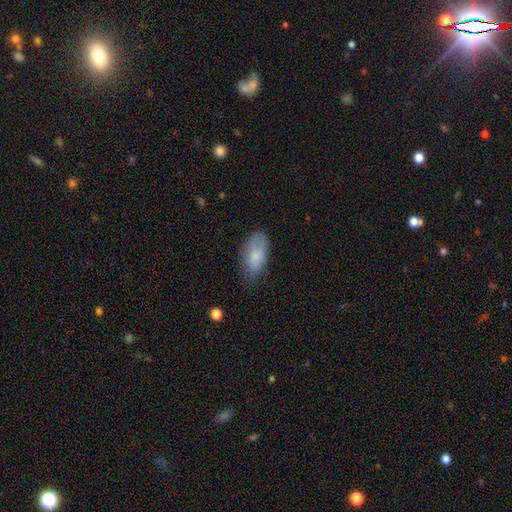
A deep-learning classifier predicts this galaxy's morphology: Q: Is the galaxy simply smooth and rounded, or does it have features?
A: smooth — 78%.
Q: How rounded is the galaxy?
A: in between — 92%.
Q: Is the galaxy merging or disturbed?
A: none — 65%.